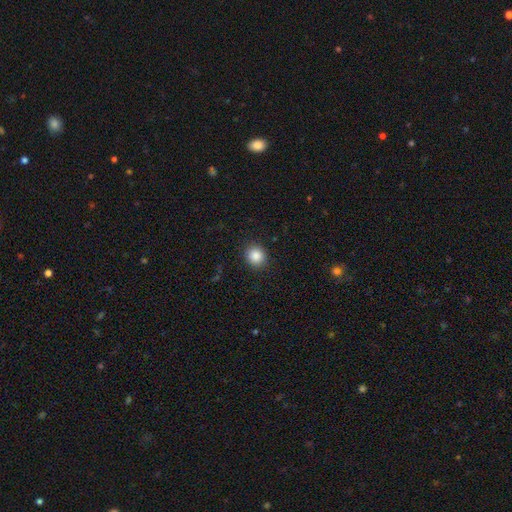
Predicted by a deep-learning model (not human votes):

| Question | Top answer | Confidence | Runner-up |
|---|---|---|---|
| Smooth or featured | smooth | 87% | star or artifact (9%) |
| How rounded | round | 86% | in between (13%) |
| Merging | none | 90% | minor disturbance (6%) |